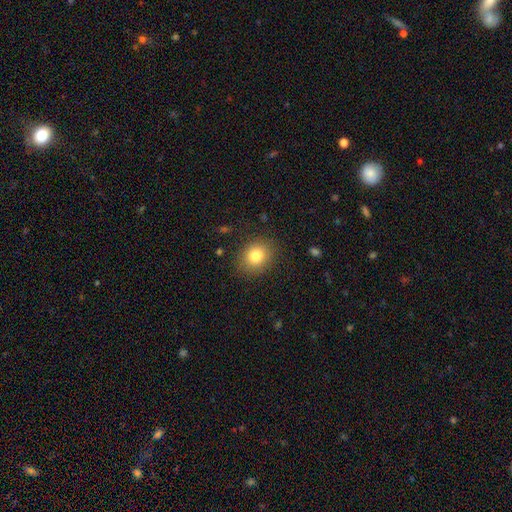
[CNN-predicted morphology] Smooth or featured: smooth — 82% (star or artifact — 10%)
How rounded: round — 65% (in between — 34%)
Merging: none — 86% (minor disturbance — 10%)